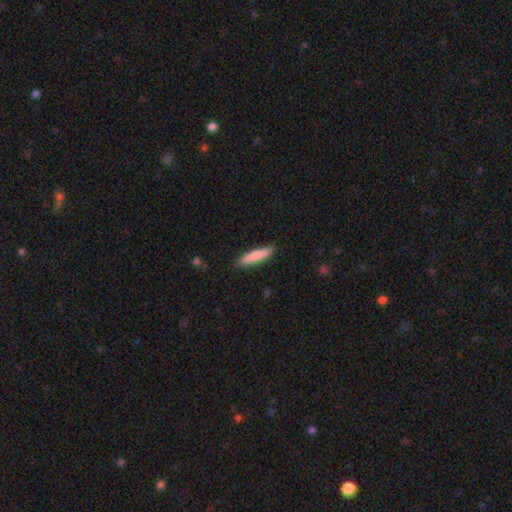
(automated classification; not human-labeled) This is clearly a smooth galaxy (85%). How rounded: clearly cigar-shaped (83%). Merging: clearly none (87%).